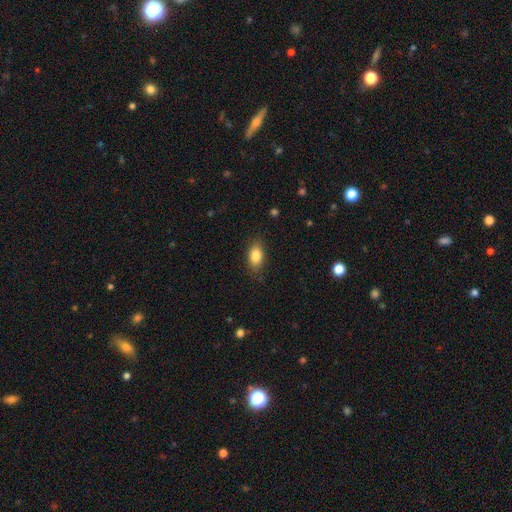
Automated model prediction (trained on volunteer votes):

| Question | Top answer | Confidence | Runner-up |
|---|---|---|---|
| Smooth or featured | smooth | 85% | star or artifact (8%) |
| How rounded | in between | 89% | round (7%) |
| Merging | none | 83% | minor disturbance (13%) |